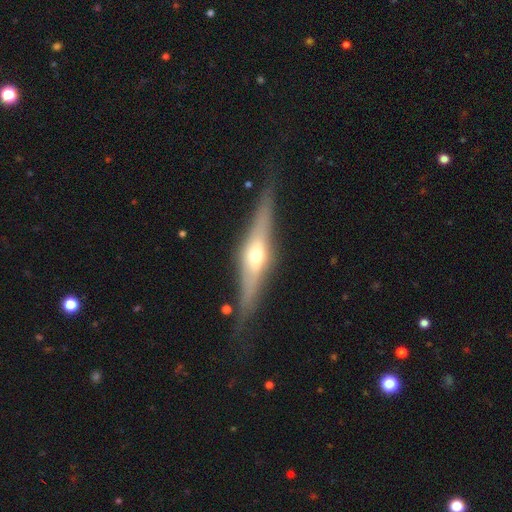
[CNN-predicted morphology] This appears to be a featured or disk galaxy (74%) viewed edge-on (94%) with a rounded central bulge (86%). Merging: none (83%).